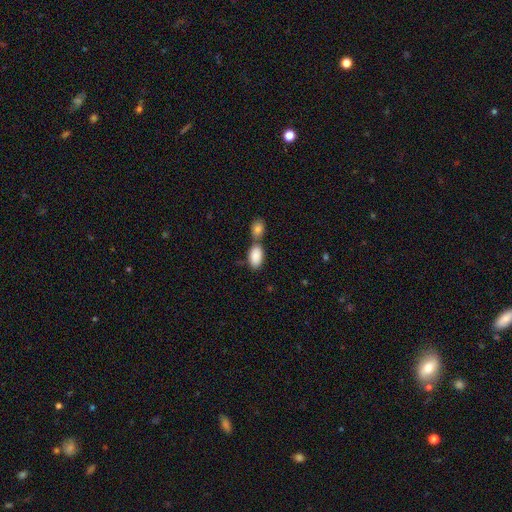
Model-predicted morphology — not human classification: smooth_or_featured: smooth (p=0.88) [alt: star or artifact p=0.06]
how_rounded: in between (p=0.94) [alt: round p=0.04]
merging: merger (p=0.46) [alt: none p=0.41]